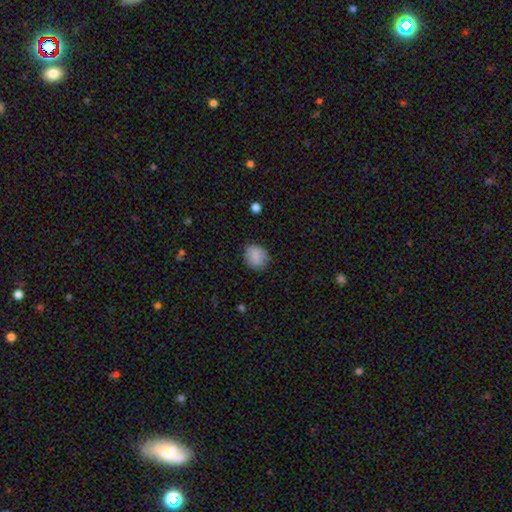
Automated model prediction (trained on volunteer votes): Smooth or featured: smooth — 86% (star or artifact — 8%)
How rounded: round — 70% (in between — 29%)
Merging: none — 81% (minor disturbance — 15%)